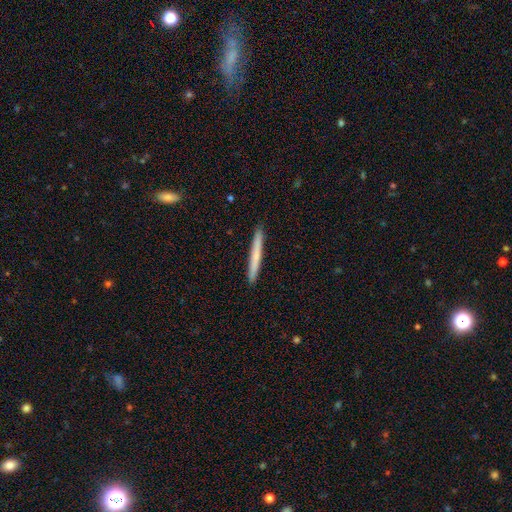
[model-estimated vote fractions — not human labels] smooth 65%, featured or disk 29%, star or artifact 5%. Down the decision tree: how rounded — cigar-shaped (97%); merging — none (93%).